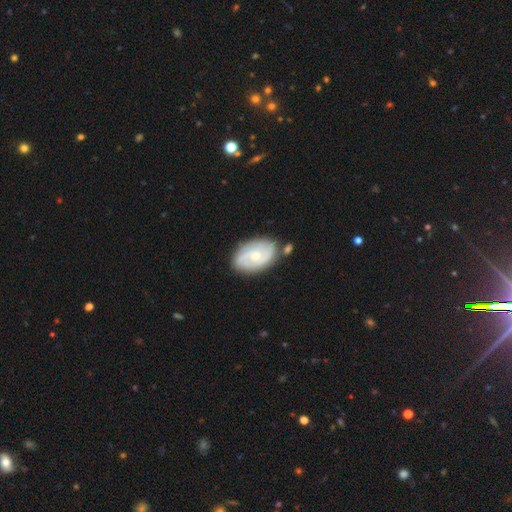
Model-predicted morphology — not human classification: This is likely a featured or disk galaxy (73%). It is clearly not viewed edge-on (97%). Bar: likely no (63%). Spiral arm pattern: clearly yes (92%). Spiral arm count: possibly 2 (49%). Spiral winding: possibly tight (47%). Central bulge: possibly small (54%). Merging: likely none (74%).